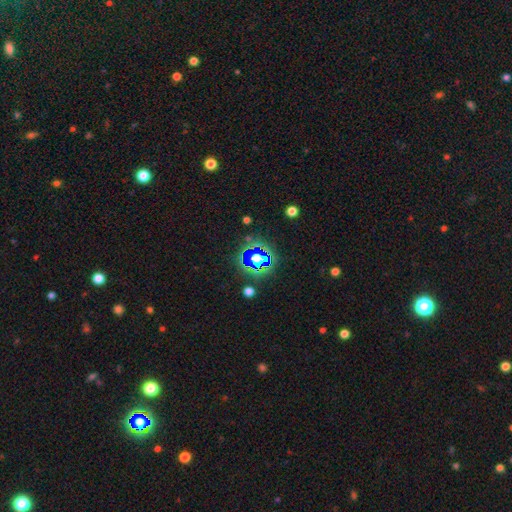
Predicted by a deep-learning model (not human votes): Overall: star or artifact (51%; smooth 32%).